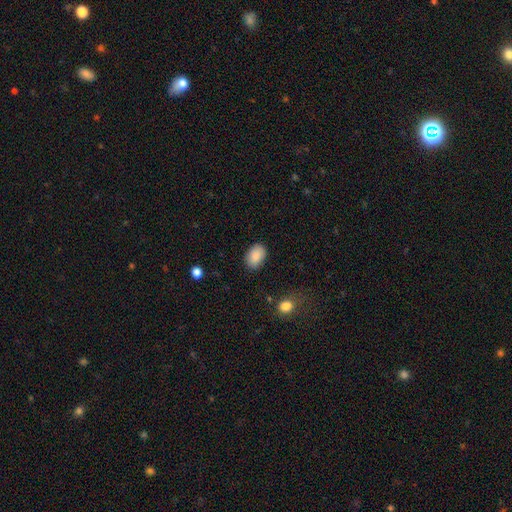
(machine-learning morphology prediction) Smooth or featured? Predicted: smooth (p=0.89). How rounded? Predicted: in between (p=0.85). Merging? Predicted: none (p=0.85).